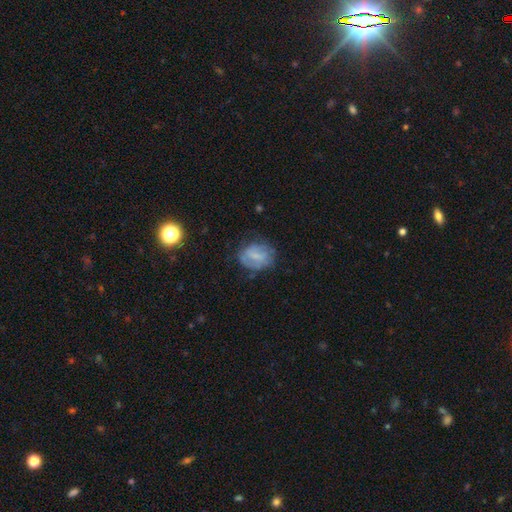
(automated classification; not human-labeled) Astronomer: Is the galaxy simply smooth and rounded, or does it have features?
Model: smooth — 51% (runner-up: featured or disk, 39%).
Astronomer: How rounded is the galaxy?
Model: in between — 52% (runner-up: round, 47%).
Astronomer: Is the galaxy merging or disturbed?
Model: none — 62%.